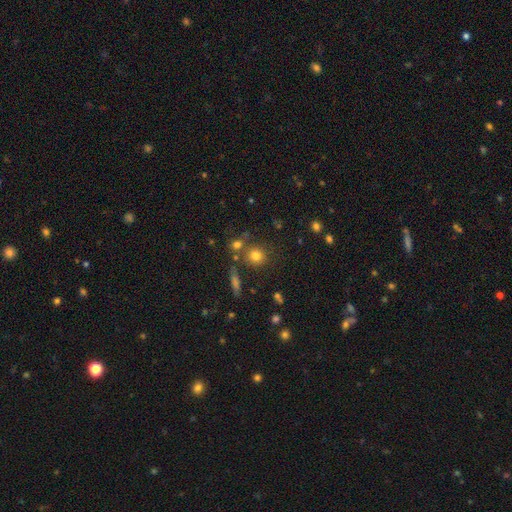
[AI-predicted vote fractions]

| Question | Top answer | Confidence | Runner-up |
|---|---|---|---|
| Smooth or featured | smooth | 76% | star or artifact (15%) |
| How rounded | round | 85% | in between (13%) |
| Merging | none | 72% | merger (14%) |